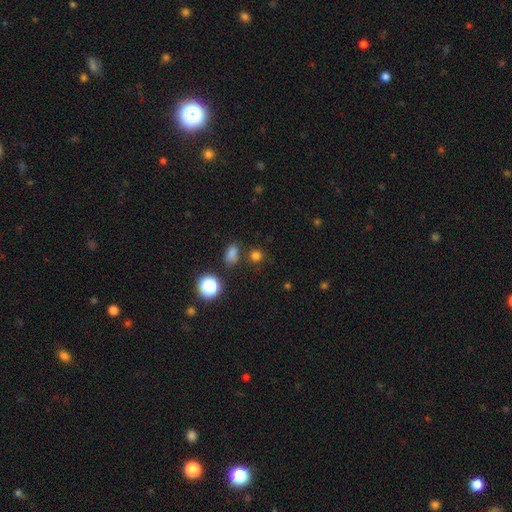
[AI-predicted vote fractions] Smooth or featured?
  - smooth: 73% *
  - star or artifact: 23%
  - featured or disk: 5%
How rounded?
  - round: 80% *
  - in between: 18%
  - cigar-shaped: 1%
Merging?
  - none: 77% *
  - minor disturbance: 10%
  - merger: 9%
  - major disturbance: 4%